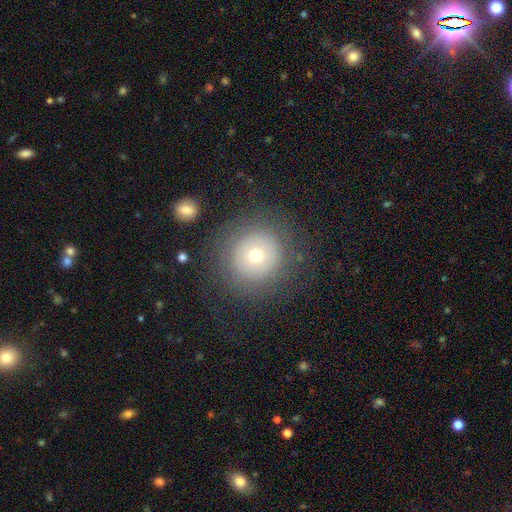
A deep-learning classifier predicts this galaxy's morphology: This is likely a smooth galaxy (63%). How rounded: clearly round (94%). Merging: clearly none (82%).